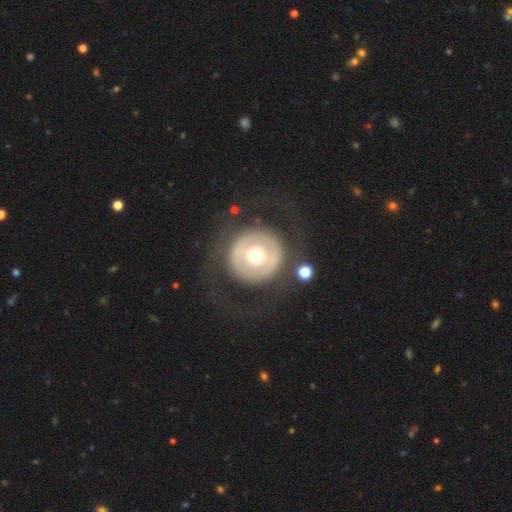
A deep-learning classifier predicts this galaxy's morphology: featured or disk 50%, smooth 43%, star or artifact 7%. Down the decision tree: edge-on disk — no (96%); merging — none (78%).